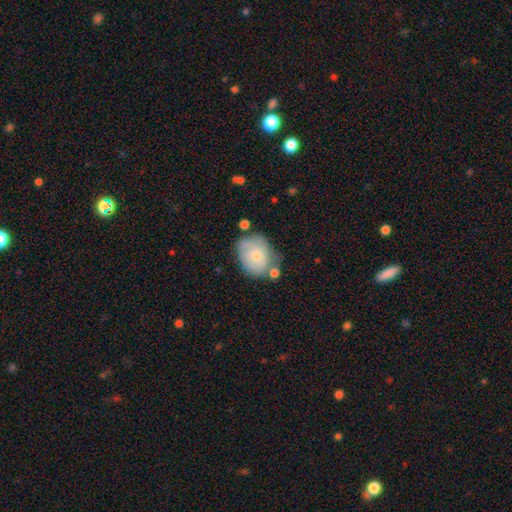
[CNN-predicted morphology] Smooth or featured: smooth — 59% (featured or disk — 34%)
How rounded: in between — 55% (round — 44%)
Merging: none — 50% (minor disturbance — 28%)